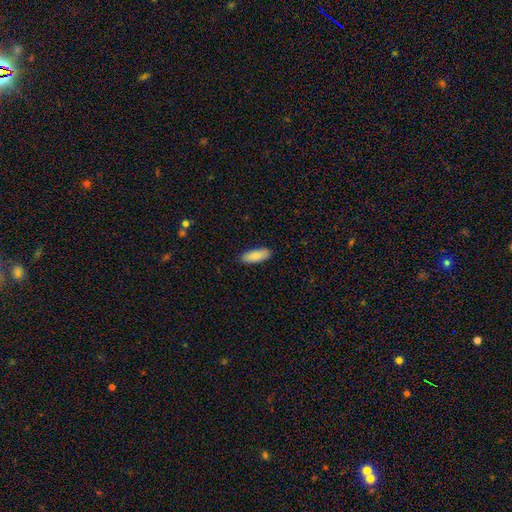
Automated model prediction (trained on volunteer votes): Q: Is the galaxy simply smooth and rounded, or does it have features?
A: smooth — 85%.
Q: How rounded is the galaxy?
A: in between — 75%.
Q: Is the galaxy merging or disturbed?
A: none — 89%.